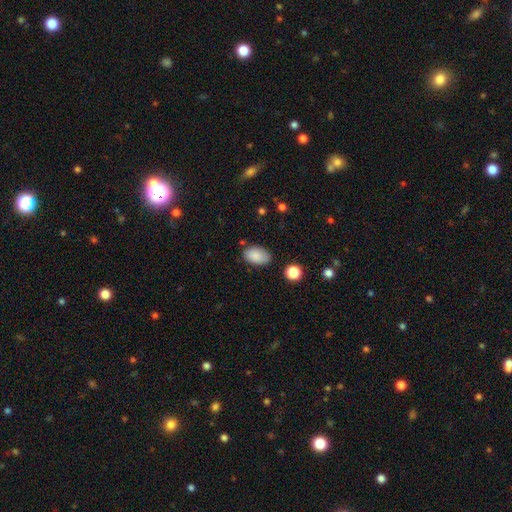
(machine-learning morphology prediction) type=smooth (87%); roundness=in between (92%); merging=none (79%).